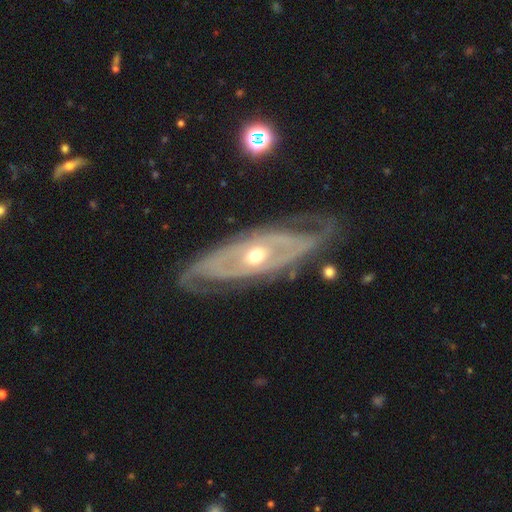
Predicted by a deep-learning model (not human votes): This appears to be a featured or disk galaxy (85%) with no bar (77%), 2 (47%) tight (58%) spiral arms (73%) and a moderate central bulge (65%). Merging: none (74%).